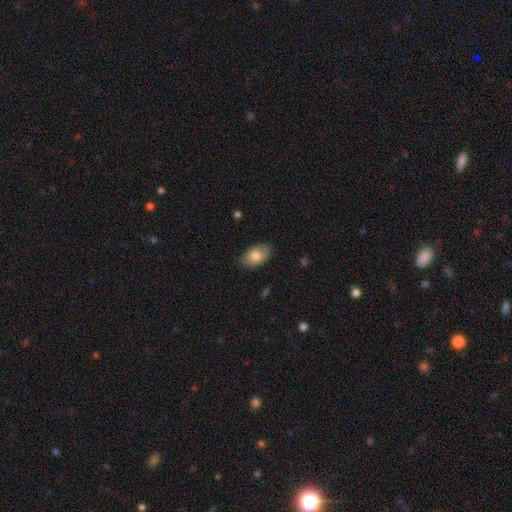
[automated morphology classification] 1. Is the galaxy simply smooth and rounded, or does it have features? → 78% smooth, 15% featured or disk, 7% star or artifact.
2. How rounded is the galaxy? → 92% in between, 6% round, 1% cigar-shaped.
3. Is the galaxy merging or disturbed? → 84% none, 12% minor disturbance, 2% major disturbance, 1% merger.